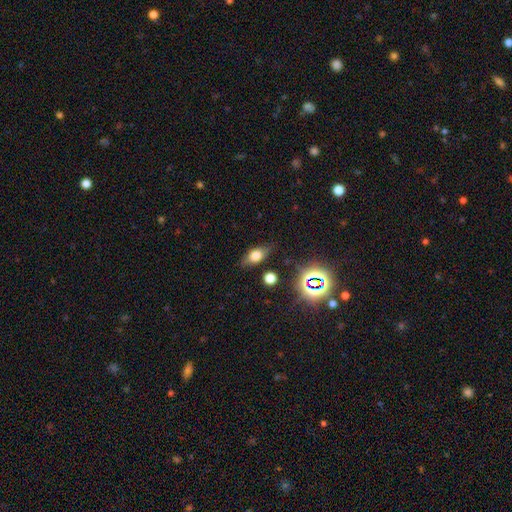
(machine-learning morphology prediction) type=smooth (62%); roundness=in between (75%); merging=none (78%).